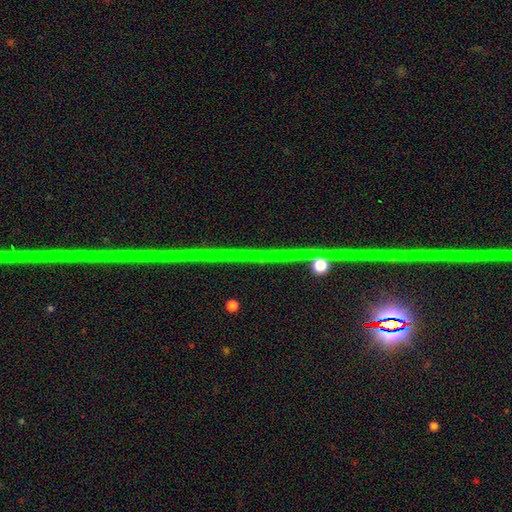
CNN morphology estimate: This appears to be a star or artifact, not a galaxy (82%).